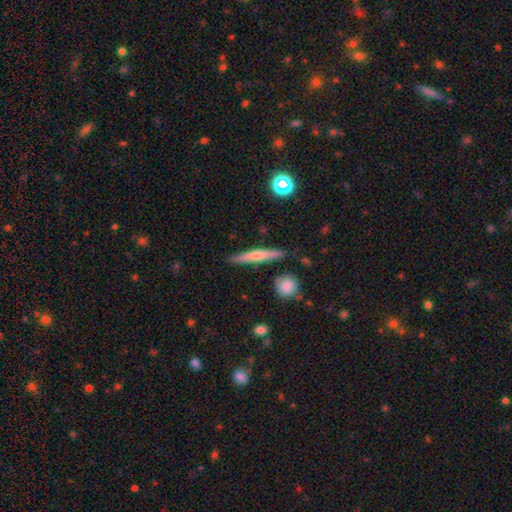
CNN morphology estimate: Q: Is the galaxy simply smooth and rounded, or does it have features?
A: featured or disk — 52%.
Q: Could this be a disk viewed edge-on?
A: yes — 95%.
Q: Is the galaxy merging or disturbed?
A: none — 87%.